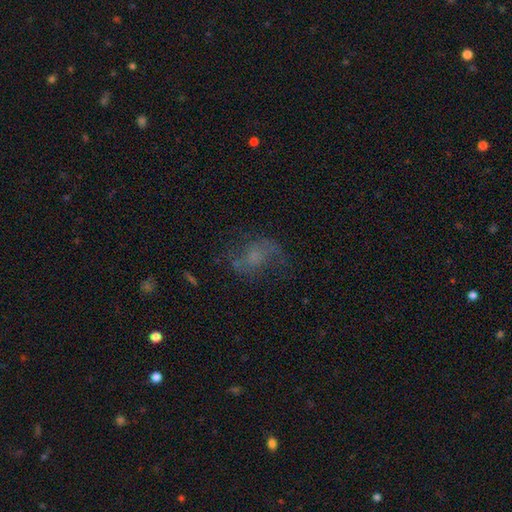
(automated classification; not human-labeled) Smooth or featured: featured or disk — 51% (smooth — 31%)
Edge-on disk: no — 96% (yes — 4%)
Merging: none — 55% (major disturbance — 23%)